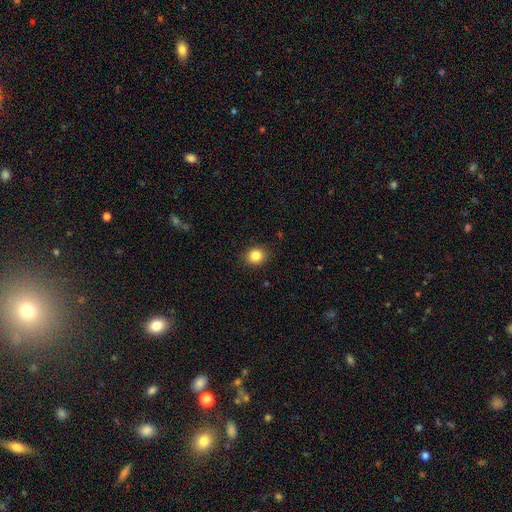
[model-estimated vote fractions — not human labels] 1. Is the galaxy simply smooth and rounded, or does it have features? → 84% smooth, 11% star or artifact, 5% featured or disk.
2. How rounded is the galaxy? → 70% round, 29% in between, 1% cigar-shaped.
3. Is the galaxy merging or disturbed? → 89% none, 8% minor disturbance, 2% major disturbance, 1% merger.